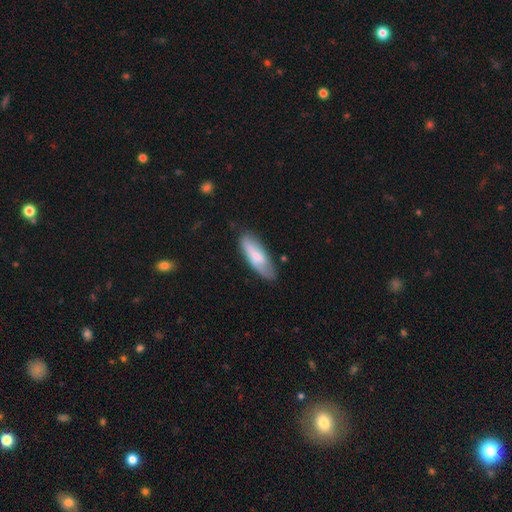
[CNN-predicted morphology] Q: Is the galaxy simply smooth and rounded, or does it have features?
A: smooth — 62%.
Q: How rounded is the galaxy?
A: in between — 60%.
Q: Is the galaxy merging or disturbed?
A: none — 71%.